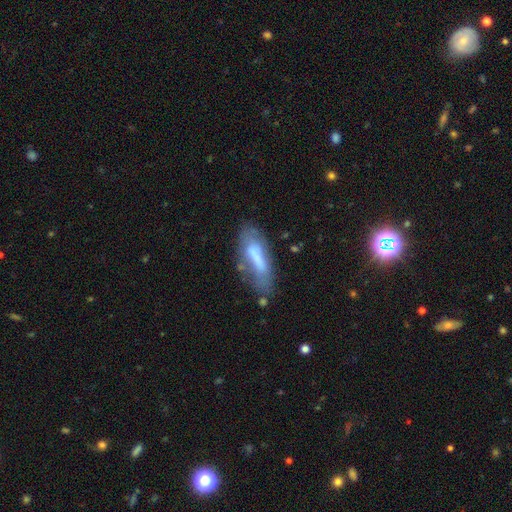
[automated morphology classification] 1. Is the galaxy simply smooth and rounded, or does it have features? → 59% smooth, 33% featured or disk, 8% star or artifact.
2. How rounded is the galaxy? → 55% in between, 43% cigar-shaped, 2% round.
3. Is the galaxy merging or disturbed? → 55% none, 26% minor disturbance, 13% major disturbance, 6% merger.